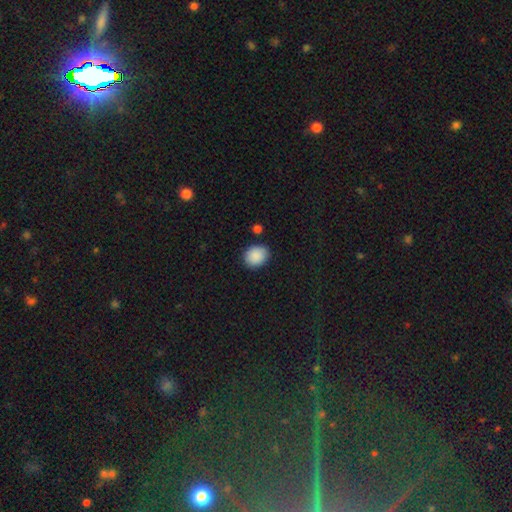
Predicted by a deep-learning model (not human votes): smooth-or-featured: smooth: 90% | star or artifact: 7% | featured or disk: 3%
  how-rounded: round: 55% | in between: 44% | cigar-shaped: 1%
  merging: none: 83% | minor disturbance: 12% | merger: 3% | major disturbance: 3%